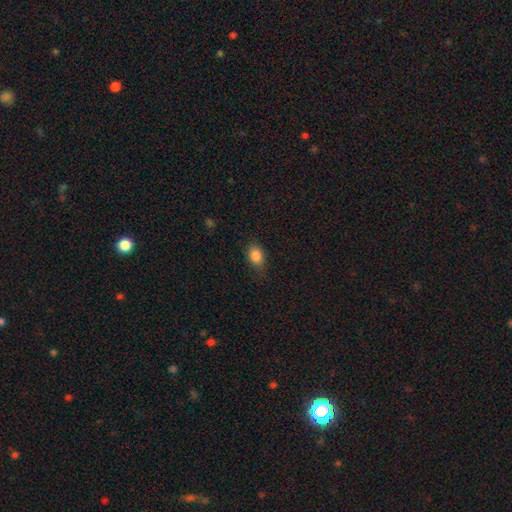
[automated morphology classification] smooth_or_featured: smooth (p=0.85) [alt: star or artifact p=0.09]
how_rounded: in between (p=0.75) [alt: round p=0.23]
merging: none (p=0.78) [alt: minor disturbance p=0.17]